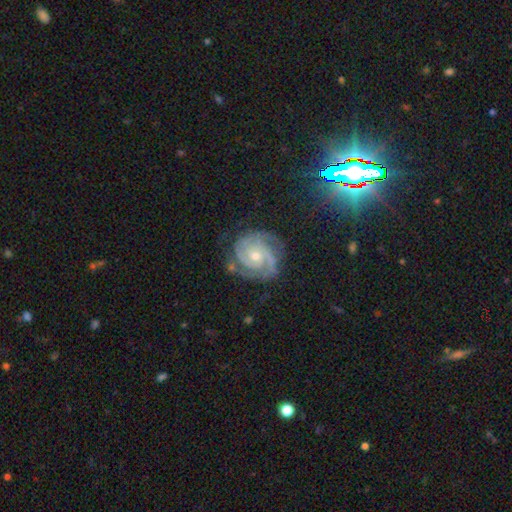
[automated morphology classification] type=featured or disk (89%); edge-on=no (98%); bar=no (68%); spiral arms=yes (98%); winding=tight (73%); arm count=3 (47%); bulge=small (50%); merging=none (76%).